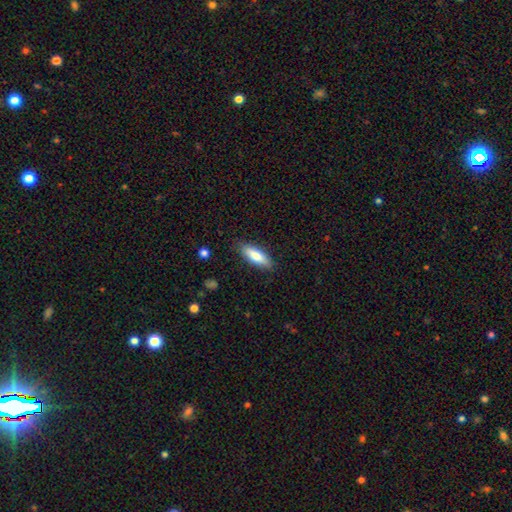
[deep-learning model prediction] Q: Smooth or featured?
A: smooth (79%); runner-up: featured or disk (15%)
Q: How rounded?
A: in between (60%); runner-up: cigar-shaped (38%)
Q: Merging?
A: none (85%); runner-up: minor disturbance (12%)